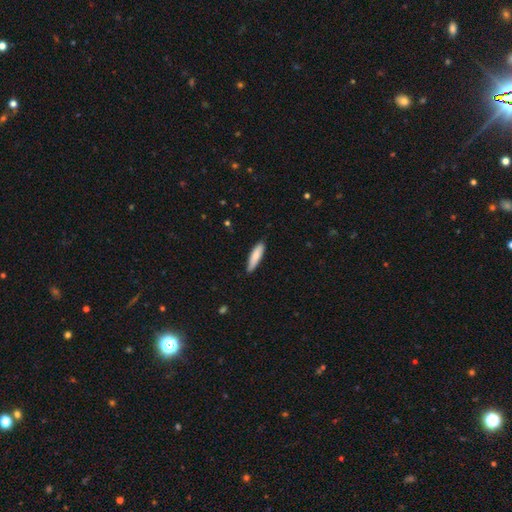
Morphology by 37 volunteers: This appears to be a smooth galaxy with no disk features (70%) that is cigar-shaped (96%). Merging: none (89%).